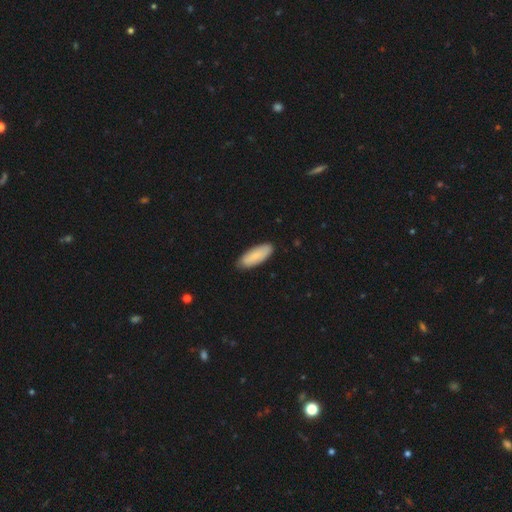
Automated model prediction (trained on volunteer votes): This appears to be a smooth galaxy with no disk features (81%) that is in between round and cigar-shaped (71%). Merging: none (86%).